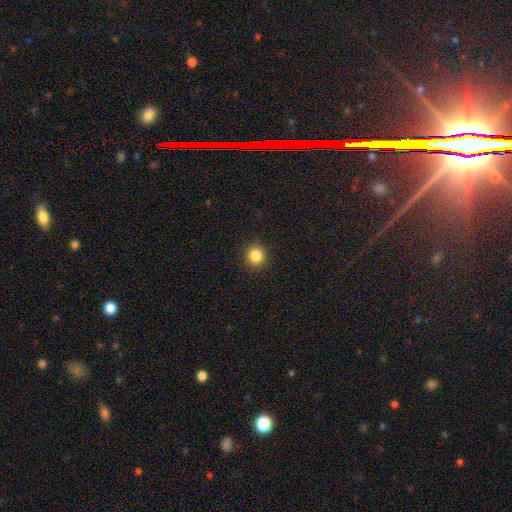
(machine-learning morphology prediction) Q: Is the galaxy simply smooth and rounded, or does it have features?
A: smooth — 86%.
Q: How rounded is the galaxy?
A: round — 89%.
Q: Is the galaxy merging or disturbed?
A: none — 90%.